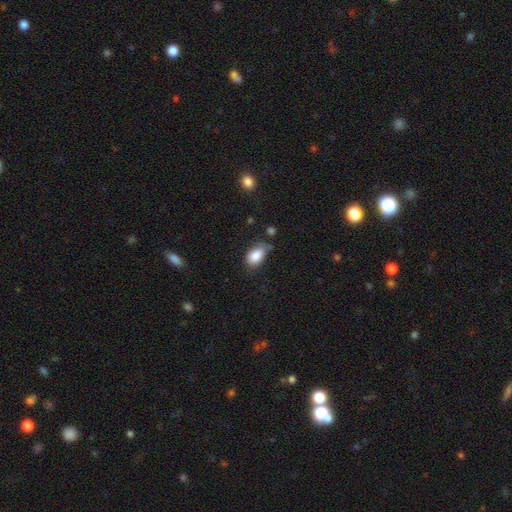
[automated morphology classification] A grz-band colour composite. It shows a smooth galaxy with no disk features (86%) that is in between round and cigar-shaped (88%). Merging: none (58%).